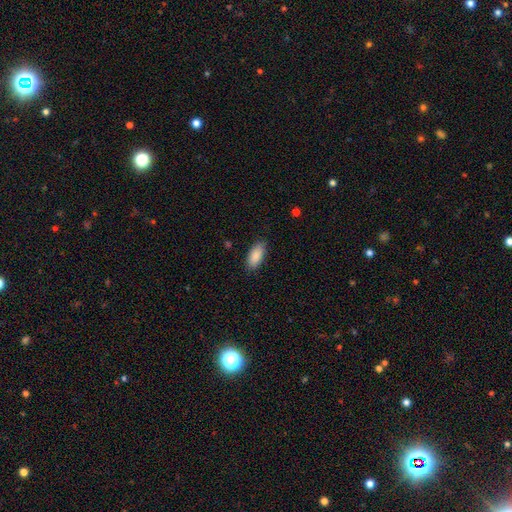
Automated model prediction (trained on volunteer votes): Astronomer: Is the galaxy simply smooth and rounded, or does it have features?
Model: smooth — 88%.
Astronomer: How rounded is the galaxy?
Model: in between — 87%.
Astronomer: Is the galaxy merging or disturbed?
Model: none — 85%.